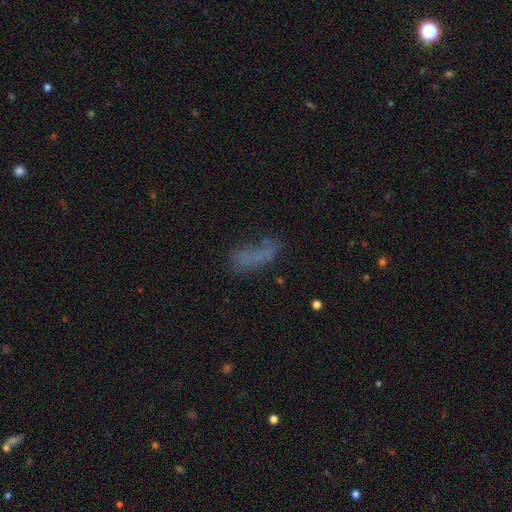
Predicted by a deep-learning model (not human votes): Q: Smooth or featured?
A: smooth (59%); runner-up: featured or disk (23%)
Q: How rounded?
A: in between (58%); runner-up: cigar-shaped (39%)
Q: Merging?
A: none (47%); runner-up: minor disturbance (24%)